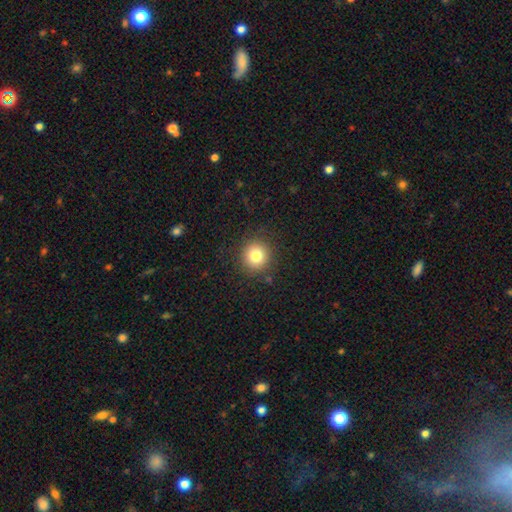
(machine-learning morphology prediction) Overall: smooth (80%). How rounded: round (92%). Merging: none (90%).